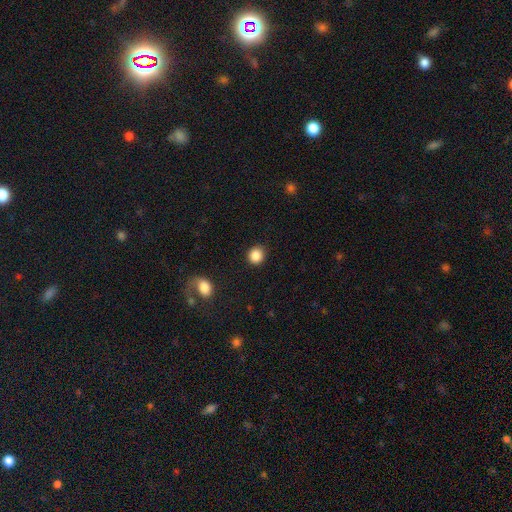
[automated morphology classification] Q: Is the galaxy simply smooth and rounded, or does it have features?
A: smooth — 88%.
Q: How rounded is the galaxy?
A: round — 86%.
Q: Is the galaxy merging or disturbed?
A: none — 90%.